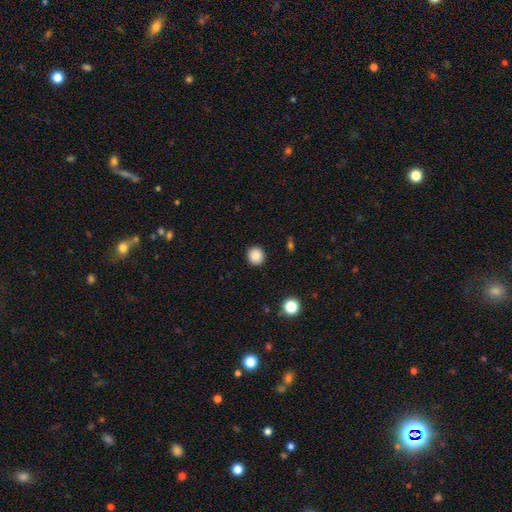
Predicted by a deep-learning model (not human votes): The model was most divided on "smooth or featured": smooth: 87%, star or artifact: 10%, featured or disk: 3%. More confident: how rounded — round (93%); merging — none (92%).